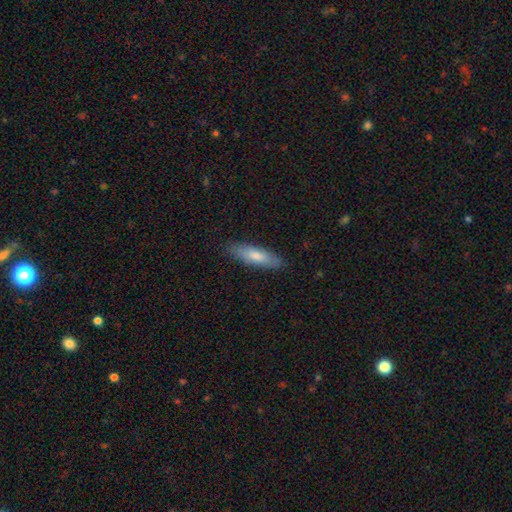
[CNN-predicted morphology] Overall: smooth (73%). How rounded: cigar-shaped (70%). Merging: none (88%).